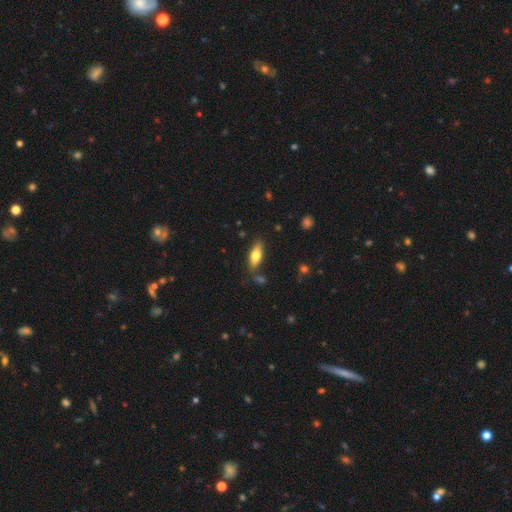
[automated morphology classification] A smooth galaxy with no disk features (69%) that is in between round and cigar-shaped (67%). Merging: none (80%).